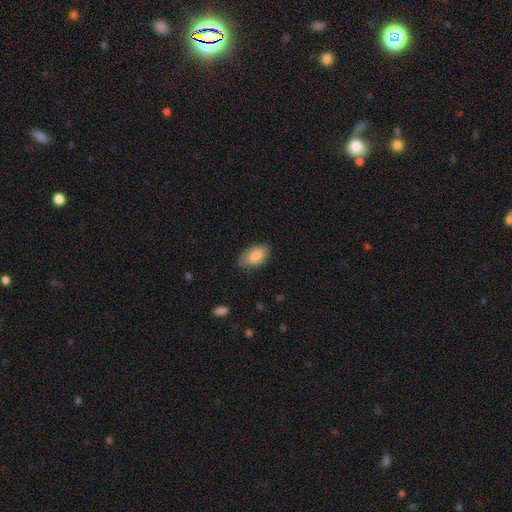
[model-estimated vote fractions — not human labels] Smooth or featured? Predicted: smooth (p=0.83). How rounded? Predicted: in between (p=0.93). Merging? Predicted: none (p=0.77).